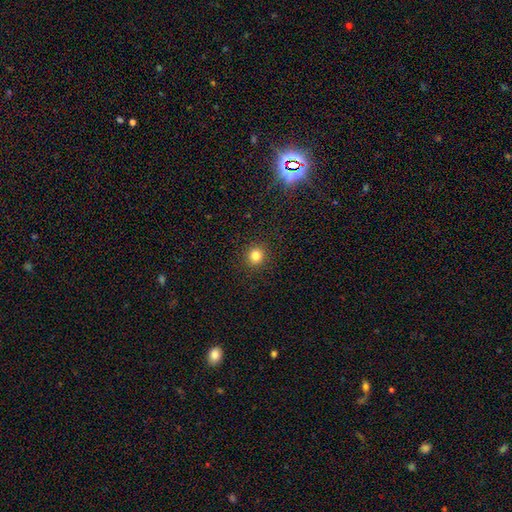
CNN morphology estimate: type=smooth (82%); roundness=round (90%); merging=none (92%).